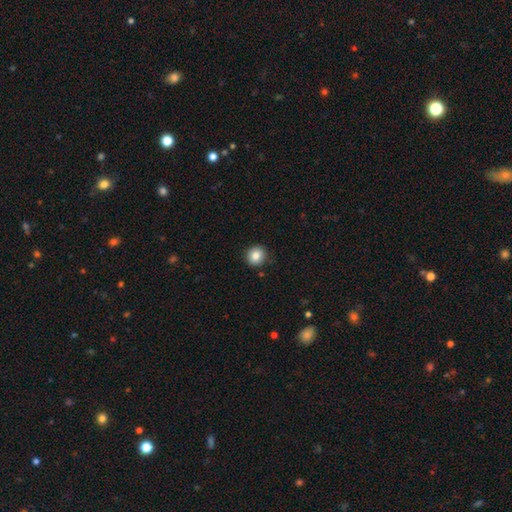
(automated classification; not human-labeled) Smooth or featured? smooth (85%)
How rounded? round (89%)
Merging? none (90%)